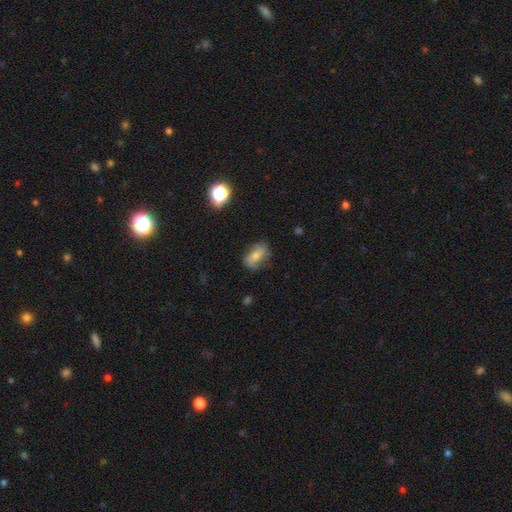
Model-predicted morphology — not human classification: Smooth or featured: smooth — 61% (featured or disk — 29%)
How rounded: in between — 84% (round — 13%)
Merging: none — 66% (minor disturbance — 25%)